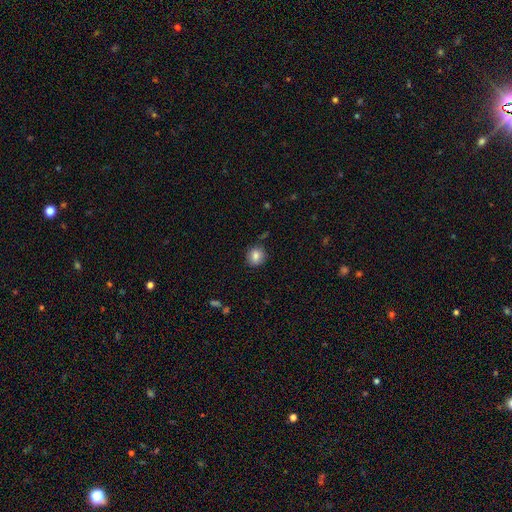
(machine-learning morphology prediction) Smooth or featured? Predicted: smooth (p=0.83). How rounded? Predicted: round (p=0.84). Merging? Predicted: none (p=0.85).